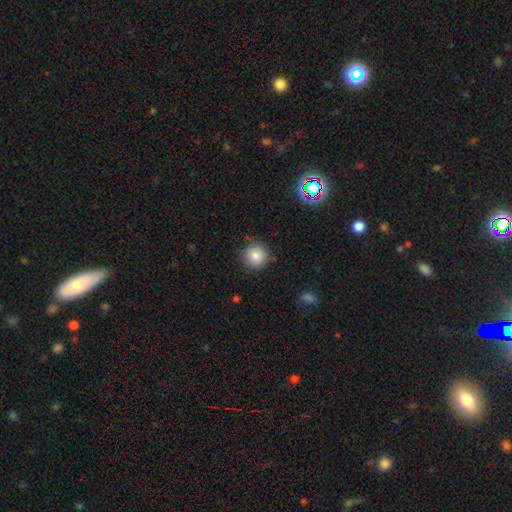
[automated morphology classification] Overall: smooth (84%). How rounded: round (95%). Merging: none (87%).